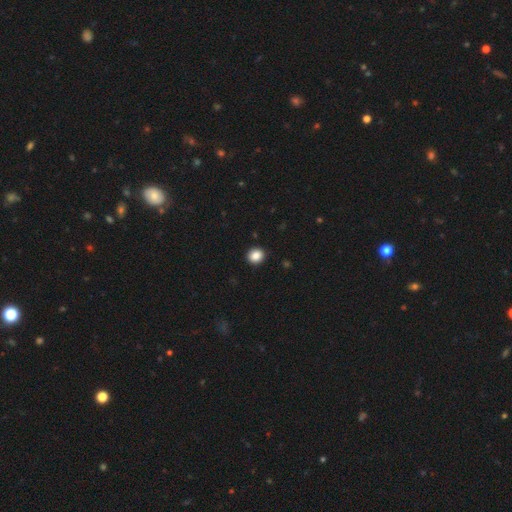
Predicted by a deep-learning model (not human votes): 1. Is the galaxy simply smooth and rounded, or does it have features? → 87% smooth, 9% star or artifact, 3% featured or disk.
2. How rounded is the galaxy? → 78% round, 21% in between, 1% cigar-shaped.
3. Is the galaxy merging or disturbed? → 92% none, 5% minor disturbance, 2% major disturbance, 1% merger.